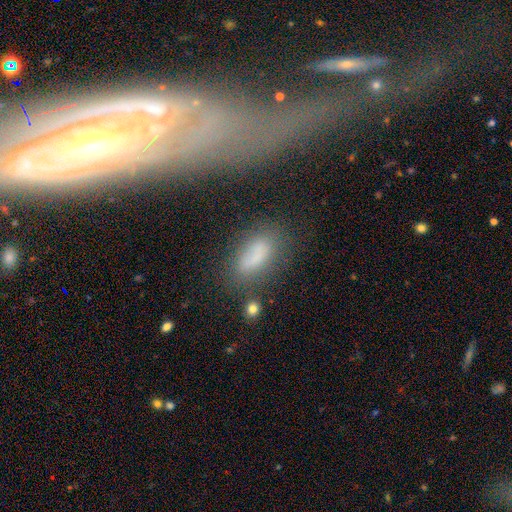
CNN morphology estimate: Overall: smooth (74%). How rounded: in between (79%). Merging: none (58%; minor disturbance 23%).